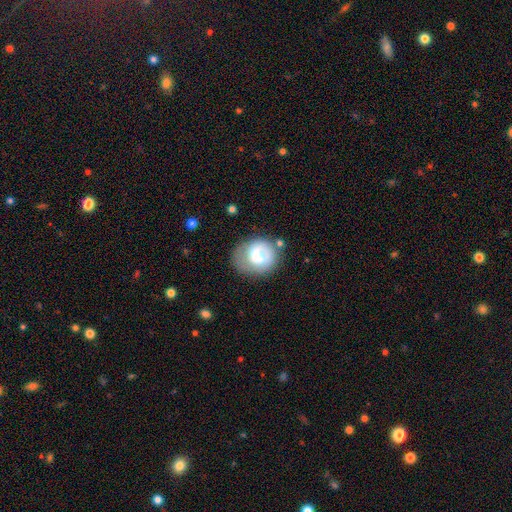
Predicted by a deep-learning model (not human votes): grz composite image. It shows a smooth galaxy with no disk features (55%) that is round (69%). Merging: none (52%).